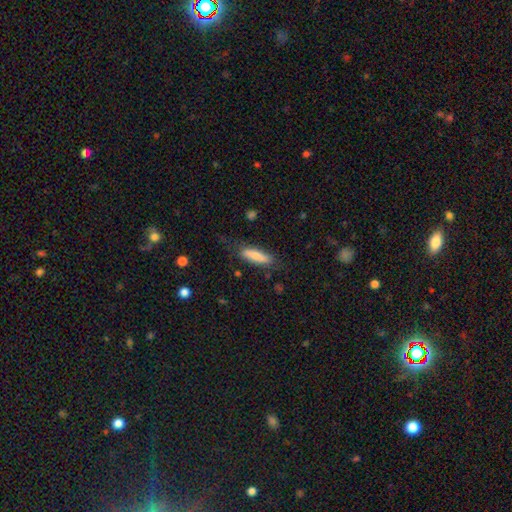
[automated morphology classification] Smooth or featured?
  - smooth: 76% *
  - featured or disk: 17%
  - star or artifact: 6%
How rounded?
  - cigar-shaped: 60% *
  - in between: 38%
  - round: 2%
Merging?
  - none: 74% *
  - minor disturbance: 18%
  - major disturbance: 6%
  - merger: 2%